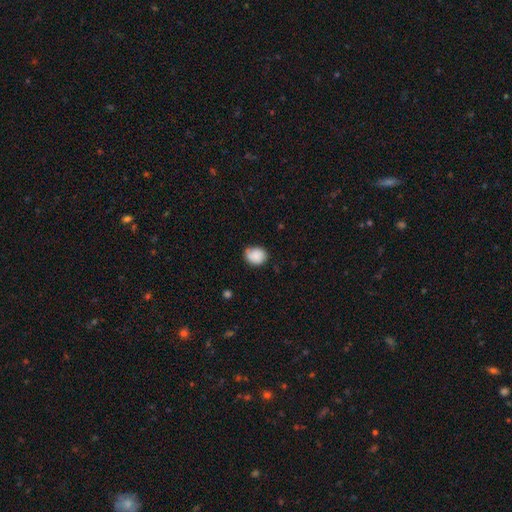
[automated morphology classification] A smooth galaxy with no disk features (84%) that is round (61%). Merging: none (64%).